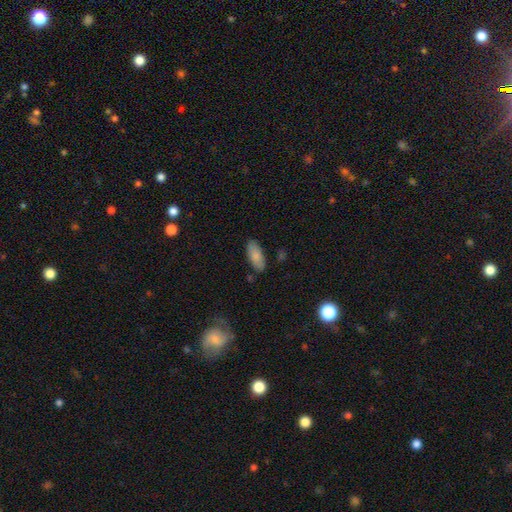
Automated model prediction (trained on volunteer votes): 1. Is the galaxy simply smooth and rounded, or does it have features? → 84% smooth, 10% featured or disk, 6% star or artifact.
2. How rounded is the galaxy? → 86% in between, 12% cigar-shaped, 2% round.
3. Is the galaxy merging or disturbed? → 82% none, 13% minor disturbance, 3% major disturbance, 2% merger.